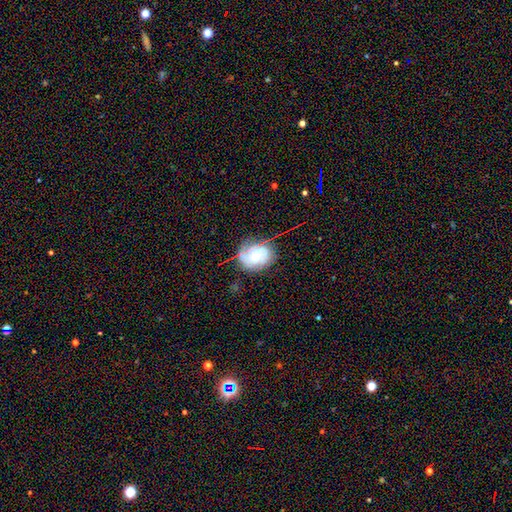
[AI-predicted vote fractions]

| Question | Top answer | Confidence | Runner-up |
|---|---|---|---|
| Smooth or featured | featured or disk | 53% | smooth (37%) |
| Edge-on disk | no | 97% | yes (3%) |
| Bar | no | 73% | weak (23%) |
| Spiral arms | yes | 81% | no (19%) |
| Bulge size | moderate | 44% | small (40%) |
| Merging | none | 61% | minor disturbance (25%) |